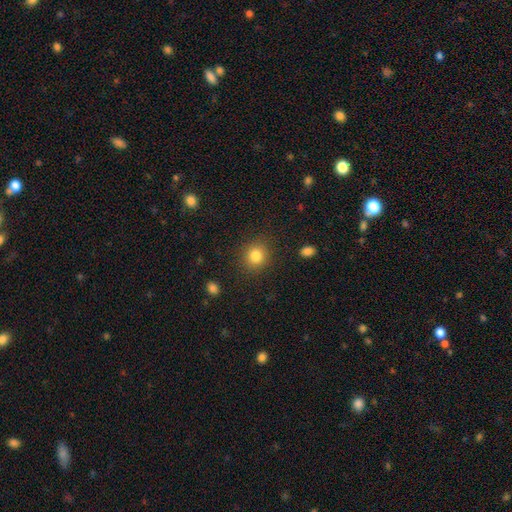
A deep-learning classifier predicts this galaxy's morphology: type=smooth (83%); roundness=round (84%); merging=none (88%).